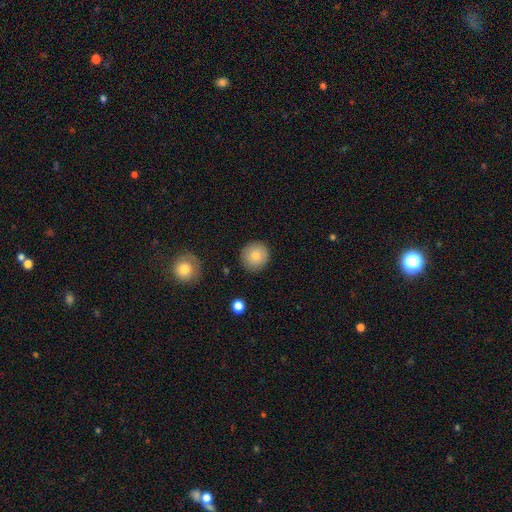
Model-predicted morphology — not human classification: A smooth galaxy with no disk features (84%) that is round (93%).

Vote fractions:
- Smooth or featured? smooth: 84% / featured or disk: 8% / star or artifact: 8%
- How rounded? round: 93% / in between: 6% / cigar-shaped: 1%
- Merging? none: 89% / minor disturbance: 7% / major disturbance: 2% / merger: 1%